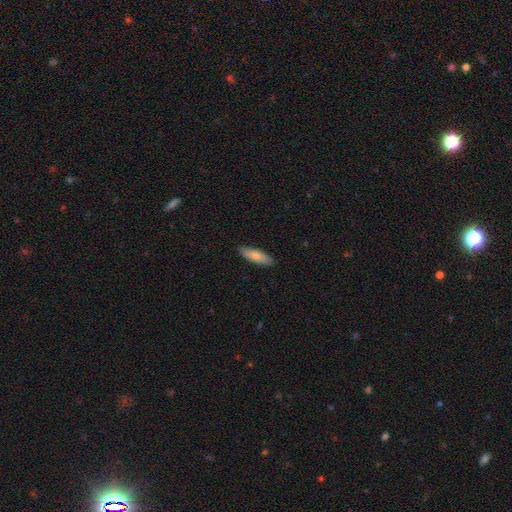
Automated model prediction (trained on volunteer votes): A smooth galaxy with no disk features (79%) that is cigar-shaped (49%, tied with in between). Merging: none (89%).